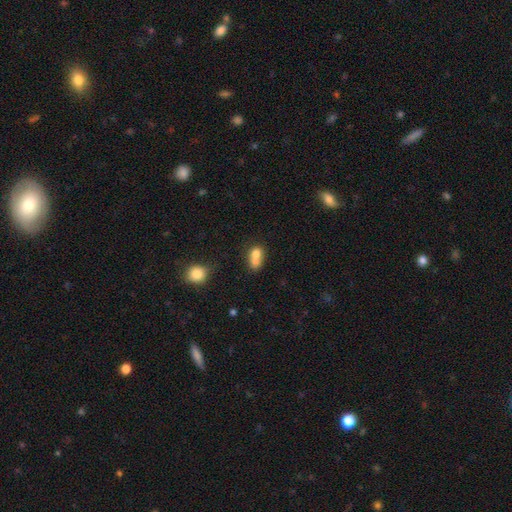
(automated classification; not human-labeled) Smooth or featured? Predicted: smooth (p=0.72). How rounded? Predicted: in between (p=0.54). Merging? Predicted: merger (p=0.62).